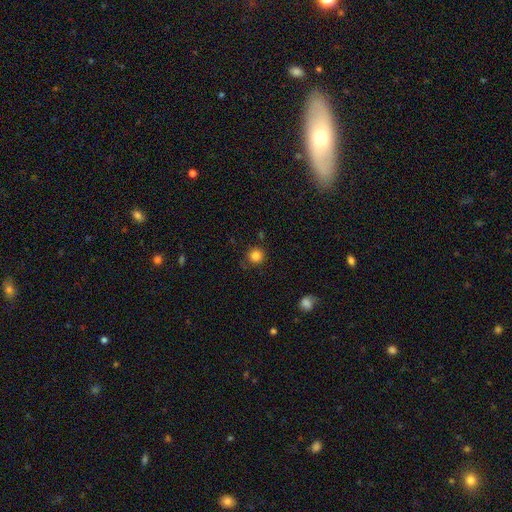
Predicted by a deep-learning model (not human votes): Smooth or featured?
  - smooth: 84% *
  - star or artifact: 12%
  - featured or disk: 4%
How rounded?
  - round: 94% *
  - in between: 5%
  - cigar-shaped: 1%
Merging?
  - none: 84% *
  - minor disturbance: 11%
  - major disturbance: 3%
  - merger: 3%